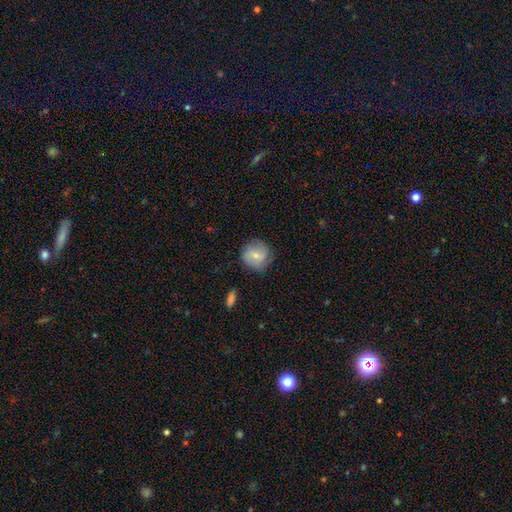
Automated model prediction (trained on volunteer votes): smooth 59%, featured or disk 33%, star or artifact 7%. Down the decision tree: how rounded — round (89%); merging — none (72%).